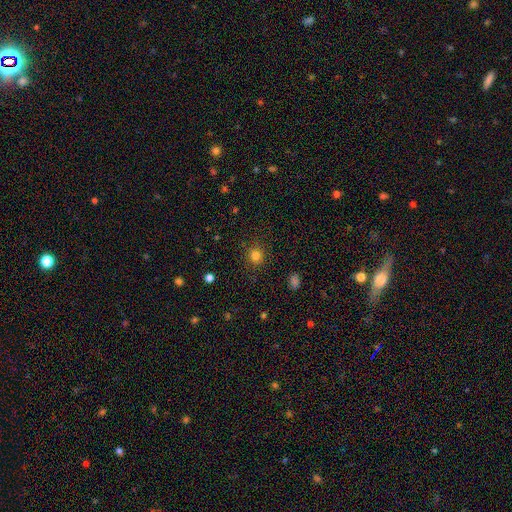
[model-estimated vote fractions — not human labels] This appears to be a smooth galaxy with no disk features (80%) that is round (87%). Merging: none (88%).